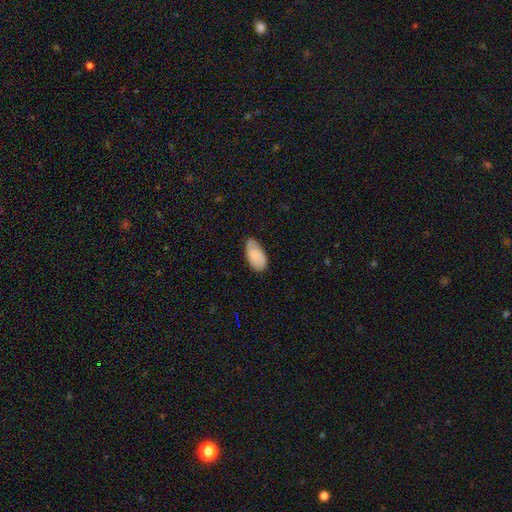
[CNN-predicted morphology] The model was most divided on "merging": none: 66%, minor disturbance: 28%, major disturbance: 5%, merger: 1%. More confident: how rounded — in between (95%); smooth or featured — smooth (82%).